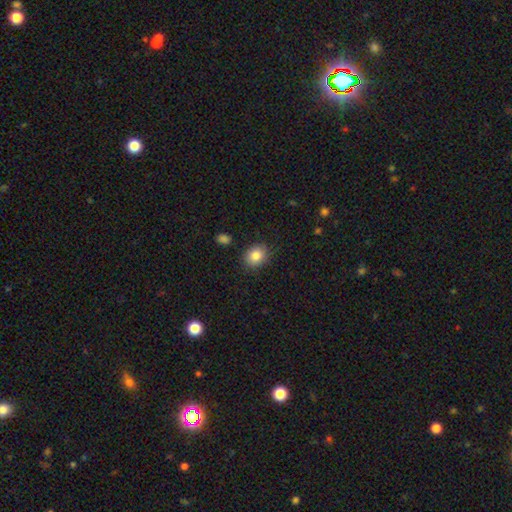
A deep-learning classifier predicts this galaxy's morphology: Smooth or featured?
  - smooth: 84% *
  - star or artifact: 9%
  - featured or disk: 7%
How rounded?
  - round: 50% *
  - in between: 49%
  - cigar-shaped: 1%
Merging?
  - none: 85% *
  - minor disturbance: 10%
  - major disturbance: 3%
  - merger: 2%